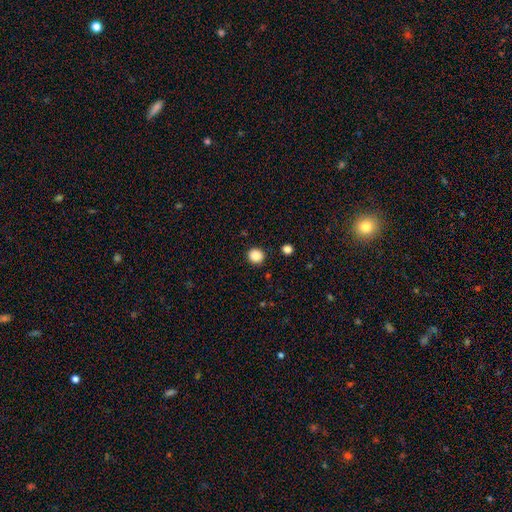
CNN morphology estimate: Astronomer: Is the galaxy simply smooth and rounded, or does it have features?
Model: smooth — 88%.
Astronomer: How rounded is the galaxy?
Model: round — 90%.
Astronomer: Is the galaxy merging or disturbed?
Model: none — 90%.